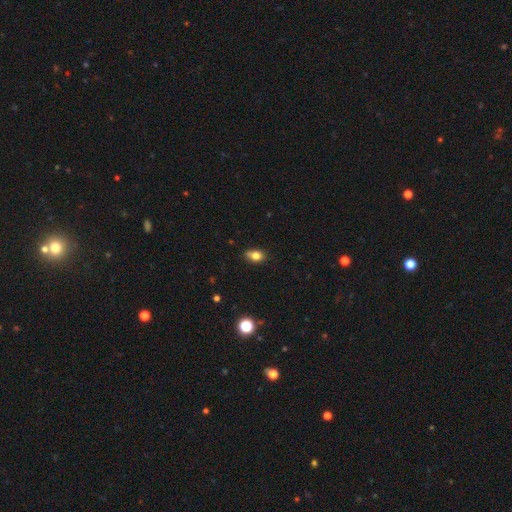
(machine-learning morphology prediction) The model was most divided on "merging": none: 62%, minor disturbance: 28%, major disturbance: 5%, merger: 4%. More confident: smooth or featured — smooth (79%); how rounded — in between (73%).